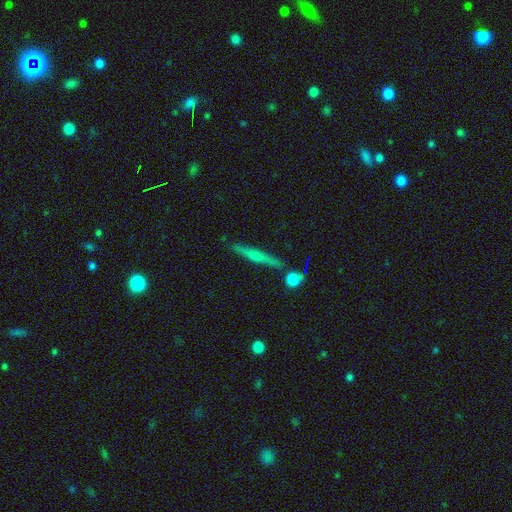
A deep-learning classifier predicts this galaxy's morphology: Overall: featured or disk (64%). Edge-on disk: yes (95%). Edge-on bulge: rounded (73%). Merging: none (81%).